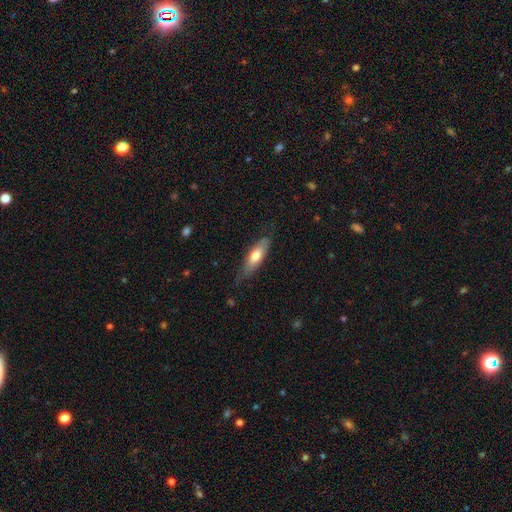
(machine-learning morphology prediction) type=smooth (63%); roundness=in between (54%); merging=none (67%).